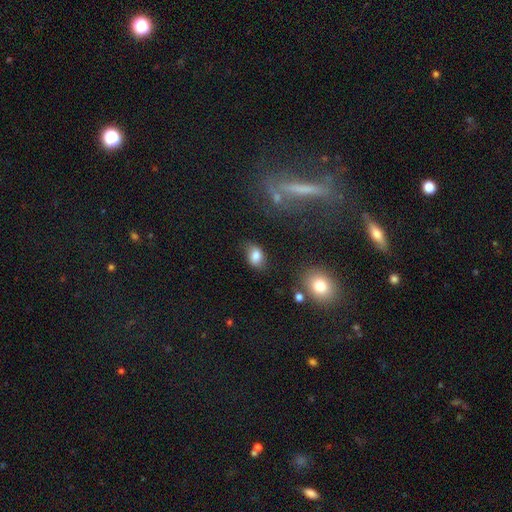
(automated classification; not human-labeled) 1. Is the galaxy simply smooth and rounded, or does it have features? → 80% smooth, 10% featured or disk, 10% star or artifact.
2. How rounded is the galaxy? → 82% in between, 16% round, 2% cigar-shaped.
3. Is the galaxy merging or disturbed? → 70% none, 21% minor disturbance, 5% major disturbance, 4% merger.